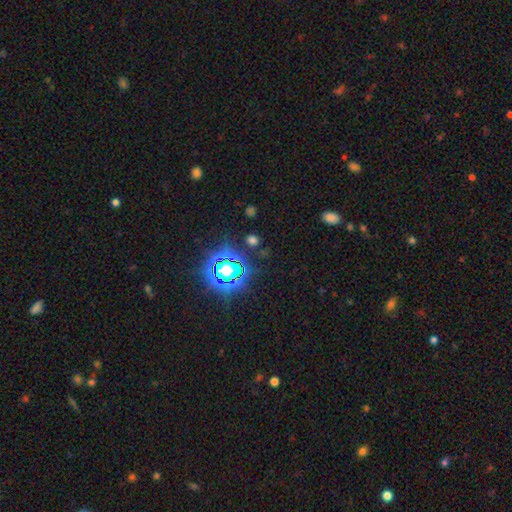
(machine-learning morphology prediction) A star or artifact, not a galaxy (78%).